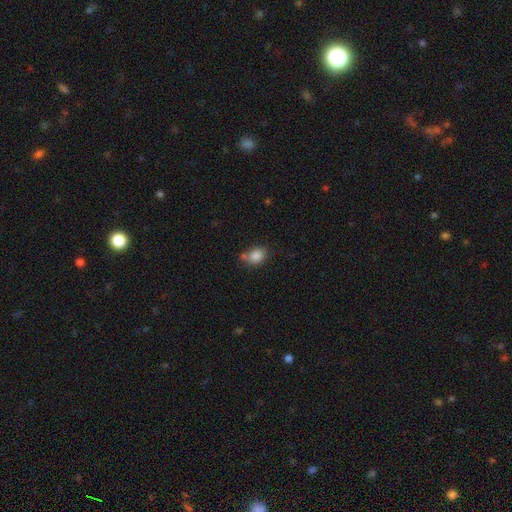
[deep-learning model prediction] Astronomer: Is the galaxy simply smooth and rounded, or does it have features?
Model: smooth — 85%.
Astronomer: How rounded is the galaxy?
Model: in between — 54% (runner-up: round, 45%).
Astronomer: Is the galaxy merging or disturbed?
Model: none — 63%.